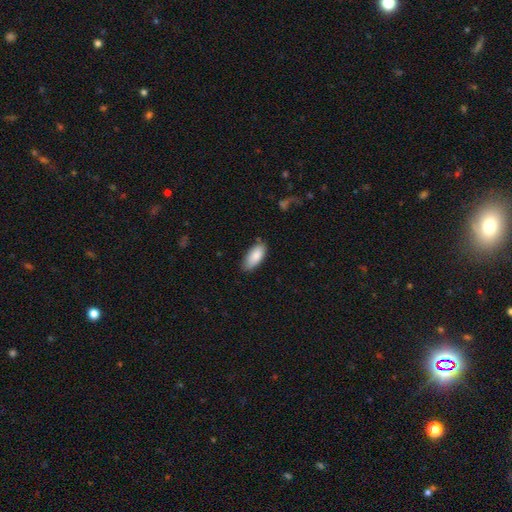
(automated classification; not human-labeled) Smooth or featured? smooth (87%)
How rounded? in between (86%)
Merging? none (81%)